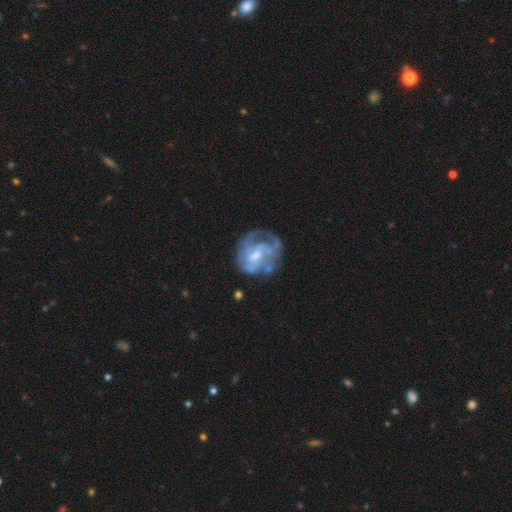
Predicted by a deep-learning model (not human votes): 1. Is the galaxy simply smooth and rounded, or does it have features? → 75% featured or disk, 18% smooth, 7% star or artifact.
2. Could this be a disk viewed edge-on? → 98% no, 2% yes.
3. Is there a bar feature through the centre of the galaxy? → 49% weak, 40% no, 11% strong.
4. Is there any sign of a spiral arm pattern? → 72% yes, 28% no.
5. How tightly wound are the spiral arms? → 40% tight, 39% medium, 21% loose.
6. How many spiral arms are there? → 40% can't tell, 25% 2, 16% 3, 11% 1, 5% 4, 3% more than 4.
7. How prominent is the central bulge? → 49% moderate, 35% small, 10% none, 5% large, 1% dominant.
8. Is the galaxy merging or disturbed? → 50% none, 24% major disturbance, 22% minor disturbance, 4% merger.